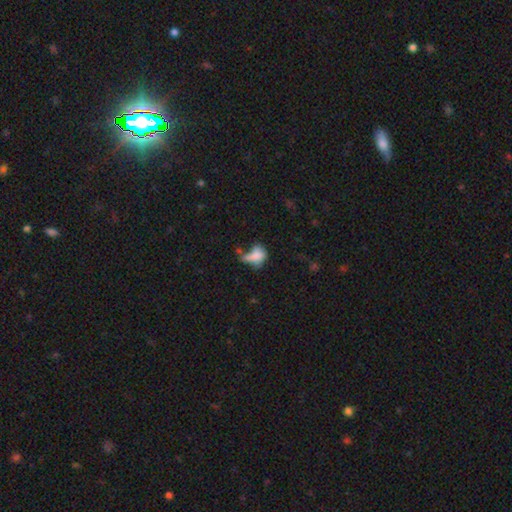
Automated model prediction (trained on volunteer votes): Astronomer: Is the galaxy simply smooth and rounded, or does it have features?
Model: smooth — 68%.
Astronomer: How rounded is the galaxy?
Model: in between — 73%.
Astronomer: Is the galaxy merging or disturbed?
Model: major disturbance — 29% (runner-up: merger, 26%).